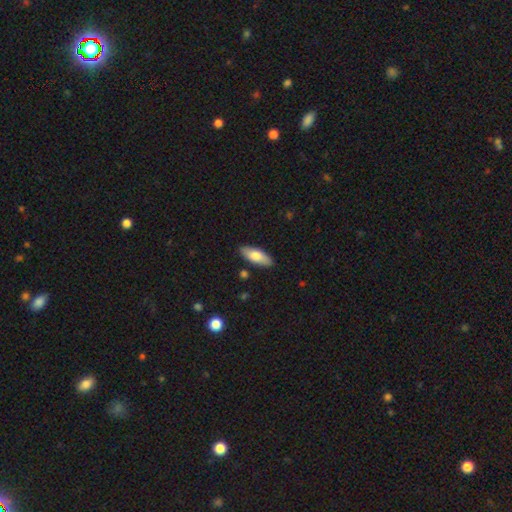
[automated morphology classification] Q: Smooth or featured?
A: smooth (74%); runner-up: featured or disk (20%)
Q: How rounded?
A: in between (75%); runner-up: cigar-shaped (23%)
Q: Merging?
A: none (87%); runner-up: minor disturbance (9%)